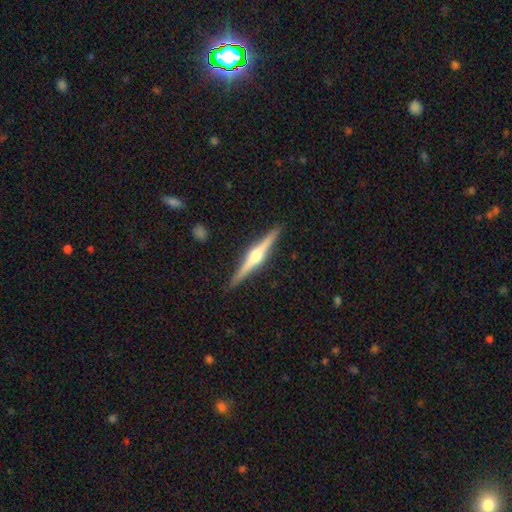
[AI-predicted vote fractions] Q: Smooth or featured?
A: featured or disk (82%); runner-up: smooth (13%)
Q: Edge-on disk?
A: yes (99%); runner-up: no (1%)
Q: Edge-on bulge?
A: rounded (94%); runner-up: boxy (4%)
Q: Merging?
A: none (91%); runner-up: minor disturbance (6%)